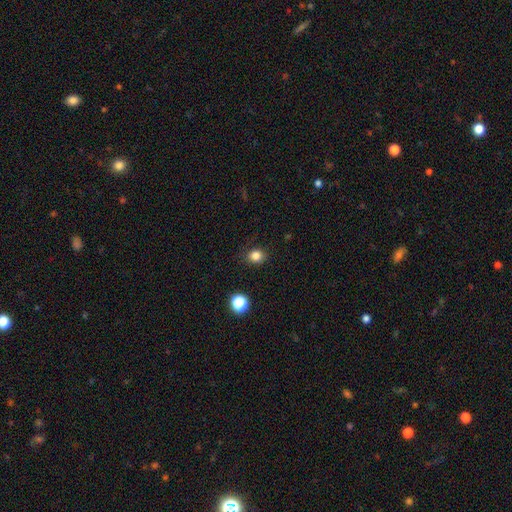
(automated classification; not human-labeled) smooth 82%, star or artifact 13%, featured or disk 5%. Down the decision tree: how rounded — round (69%); merging — none (86%).